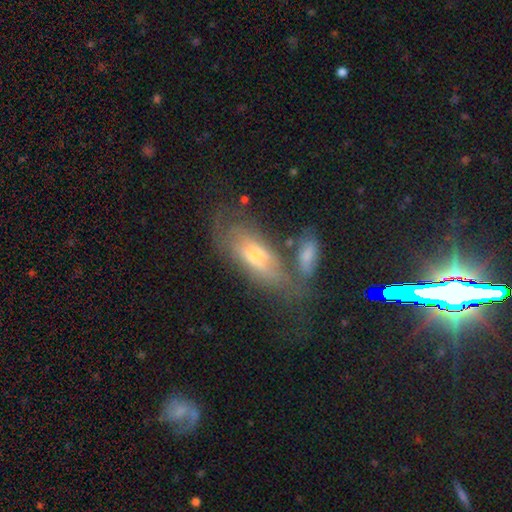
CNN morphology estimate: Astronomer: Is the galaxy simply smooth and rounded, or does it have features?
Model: featured or disk — 49% (runner-up: smooth, 42%).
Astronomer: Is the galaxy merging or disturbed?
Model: none — 38% (runner-up: merger, 26%).